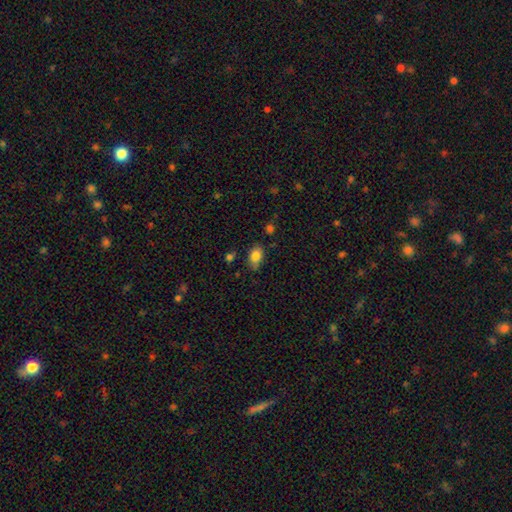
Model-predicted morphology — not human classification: smooth 84%, star or artifact 9%, featured or disk 8%. Down the decision tree: how rounded — in between (85%); merging — none (71%).